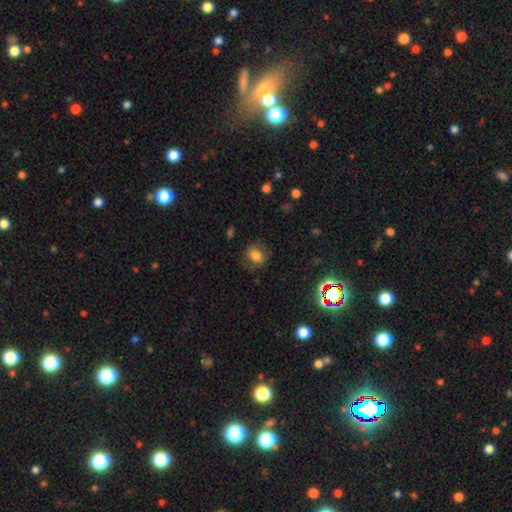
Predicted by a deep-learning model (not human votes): Smooth or featured? smooth (65%)
How rounded? round (50%)
Merging? none (72%)